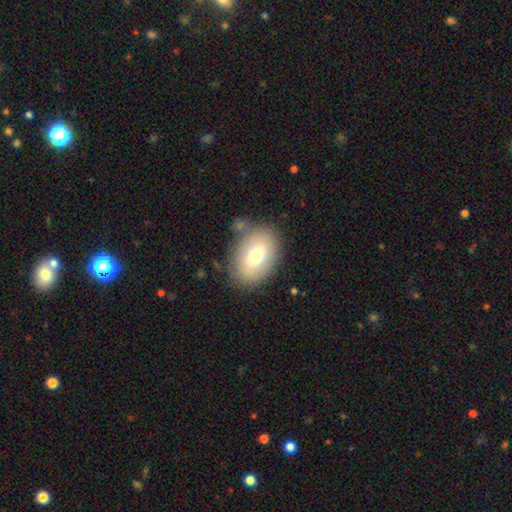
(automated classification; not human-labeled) Smooth or featured?
  - smooth: 67% *
  - featured or disk: 25%
  - star or artifact: 8%
How rounded?
  - in between: 82% *
  - round: 17%
  - cigar-shaped: 1%
Merging?
  - none: 79% *
  - minor disturbance: 13%
  - merger: 4%
  - major disturbance: 4%